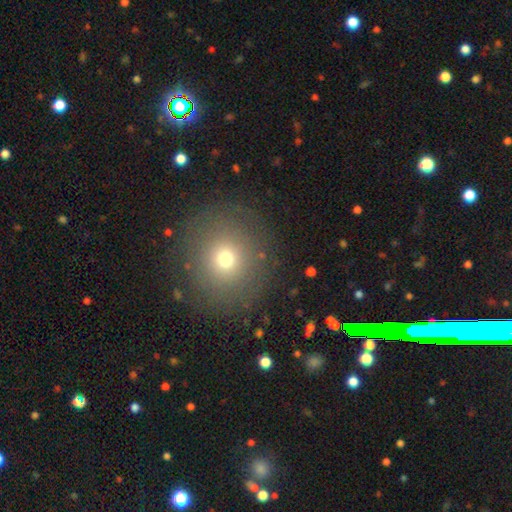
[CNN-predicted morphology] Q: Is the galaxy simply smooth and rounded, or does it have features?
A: smooth — 57%.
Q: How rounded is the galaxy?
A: round — 86%.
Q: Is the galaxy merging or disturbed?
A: none — 90%.